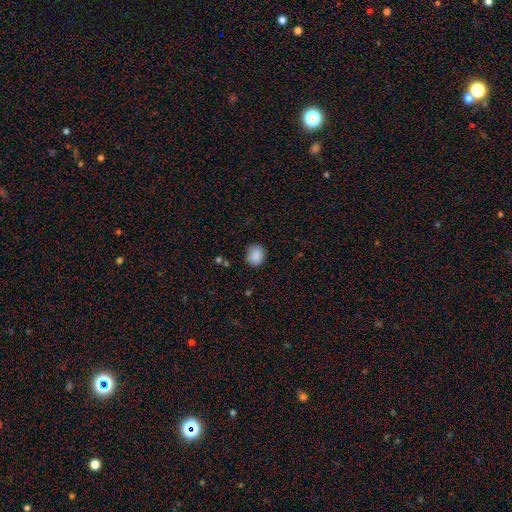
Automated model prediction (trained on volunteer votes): Smooth or featured: smooth — 88% (star or artifact — 8%)
How rounded: round — 67% (in between — 32%)
Merging: none — 84% (minor disturbance — 12%)